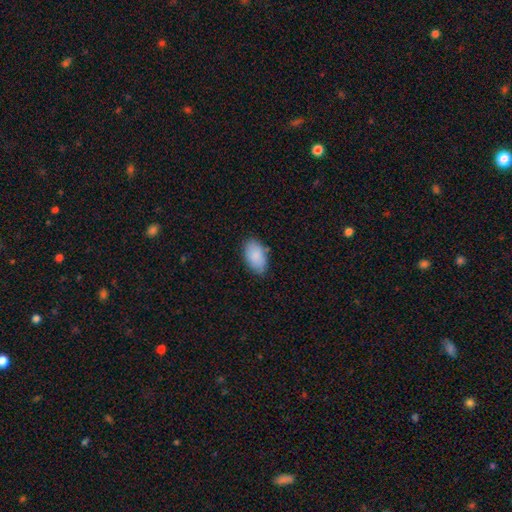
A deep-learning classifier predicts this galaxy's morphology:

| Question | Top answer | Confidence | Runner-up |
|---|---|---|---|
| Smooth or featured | smooth | 87% | featured or disk (7%) |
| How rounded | in between | 94% | round (5%) |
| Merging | none | 78% | minor disturbance (17%) |